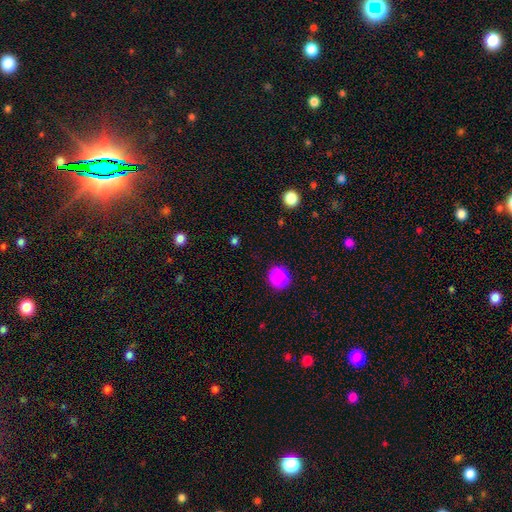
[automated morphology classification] Smooth or featured? Predicted: smooth (p=0.81). How rounded? Predicted: round (p=0.83). Merging? Predicted: none (p=0.86).